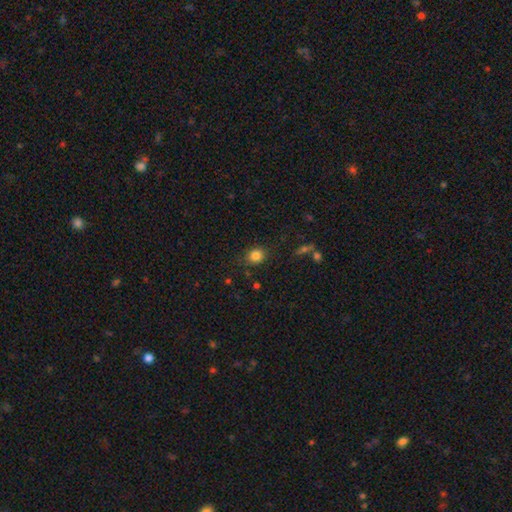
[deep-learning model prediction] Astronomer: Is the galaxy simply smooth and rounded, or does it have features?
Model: smooth — 83%.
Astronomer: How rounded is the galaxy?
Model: round — 71%.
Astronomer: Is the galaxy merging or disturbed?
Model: none — 82%.